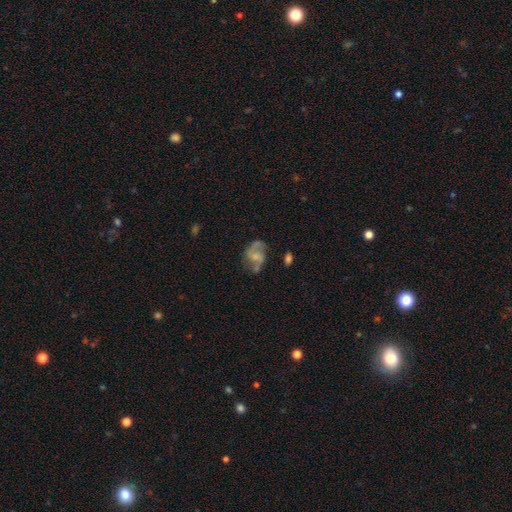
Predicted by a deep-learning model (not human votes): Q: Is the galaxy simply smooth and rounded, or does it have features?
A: featured or disk — 66%.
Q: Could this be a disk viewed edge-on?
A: no — 97%.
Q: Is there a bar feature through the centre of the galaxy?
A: no — 54%.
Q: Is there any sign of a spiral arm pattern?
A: yes — 84%.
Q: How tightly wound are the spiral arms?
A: loose — 45%.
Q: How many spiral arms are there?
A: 2 — 82%.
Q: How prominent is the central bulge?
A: small — 36%.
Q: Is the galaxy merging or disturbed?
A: none — 53%.